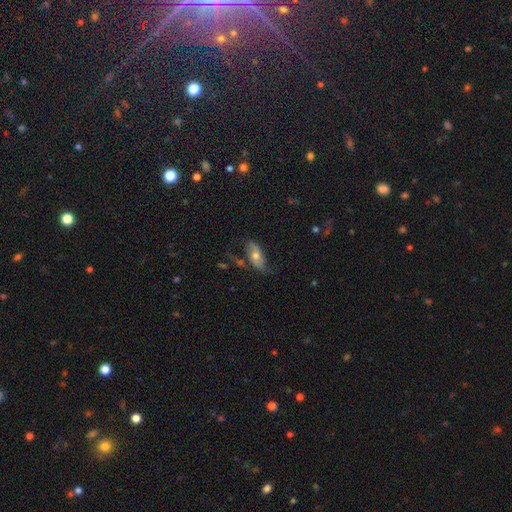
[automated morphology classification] This is possibly a featured or disk galaxy (50%). It is clearly not viewed edge-on (82%). Merging: possibly none (55%).